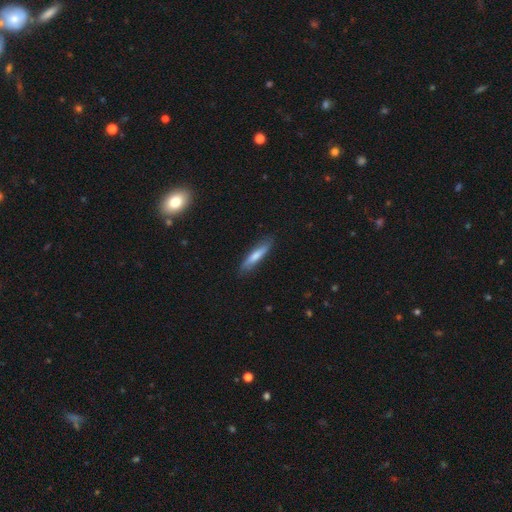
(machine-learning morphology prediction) Smooth or featured? Predicted: smooth (p=0.69). How rounded? Predicted: cigar-shaped (p=0.84). Merging? Predicted: none (p=0.84).